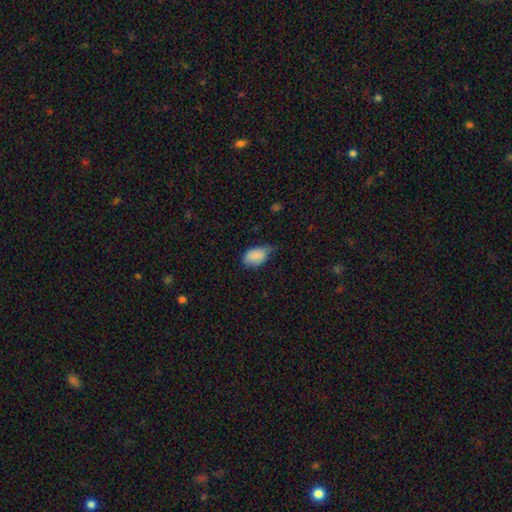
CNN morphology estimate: The model was most divided on "merging": minor disturbance: 49%, none: 37%, major disturbance: 12%, merger: 2%. More confident: how rounded — in between (90%); smooth or featured — smooth (86%).